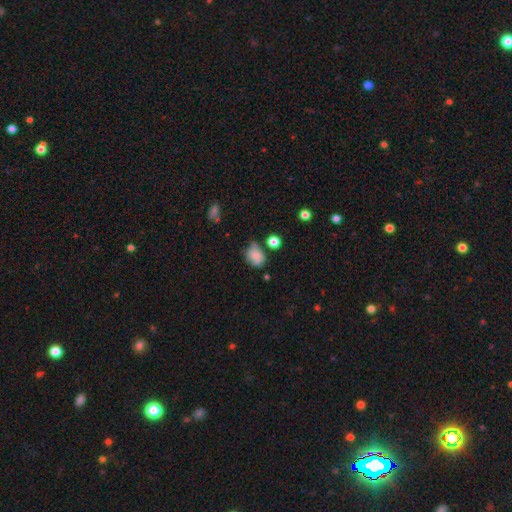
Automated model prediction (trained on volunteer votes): Smooth or featured? smooth (74%)
How rounded? in between (59%)
Merging? none (45%)